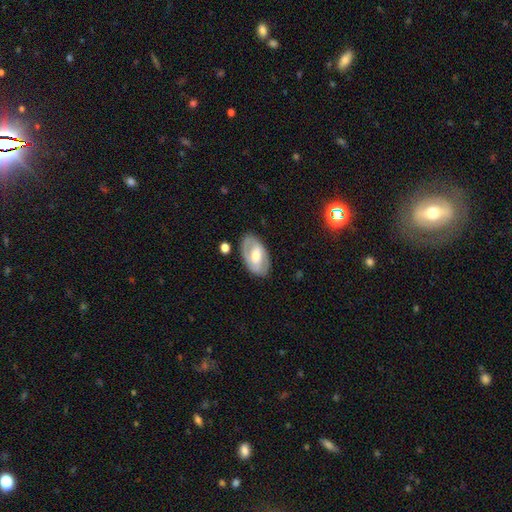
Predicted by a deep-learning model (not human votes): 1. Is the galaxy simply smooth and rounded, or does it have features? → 67% featured or disk, 28% smooth, 6% star or artifact.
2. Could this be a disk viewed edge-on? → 93% no, 7% yes.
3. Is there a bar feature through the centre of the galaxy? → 40% weak, 32% strong, 28% no.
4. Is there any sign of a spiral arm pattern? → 66% yes, 34% no.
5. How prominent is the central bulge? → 67% moderate, 23% small, 8% large, 1% none, 1% dominant.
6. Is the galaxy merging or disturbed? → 81% none, 13% minor disturbance, 4% major disturbance, 2% merger.